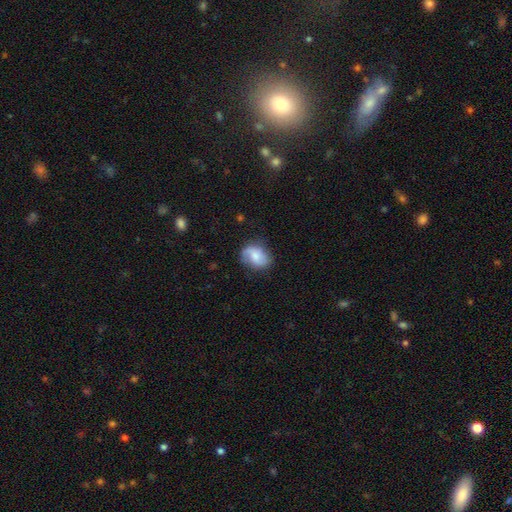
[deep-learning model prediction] A featured or disk galaxy (48%). Merging: none (69%).